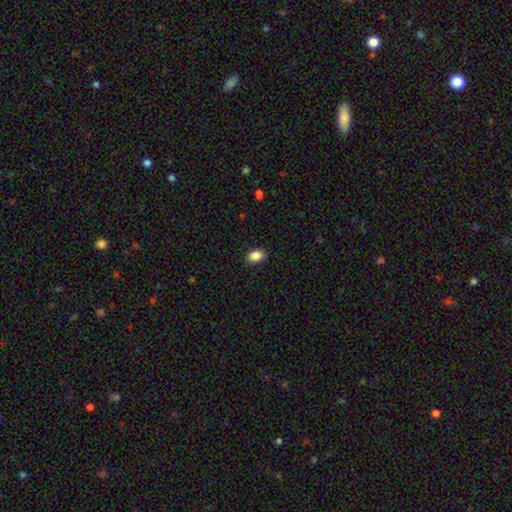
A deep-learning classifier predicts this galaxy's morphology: This appears to be a smooth galaxy with no disk features (88%) that is in between round and cigar-shaped (79%). Merging: none (86%).